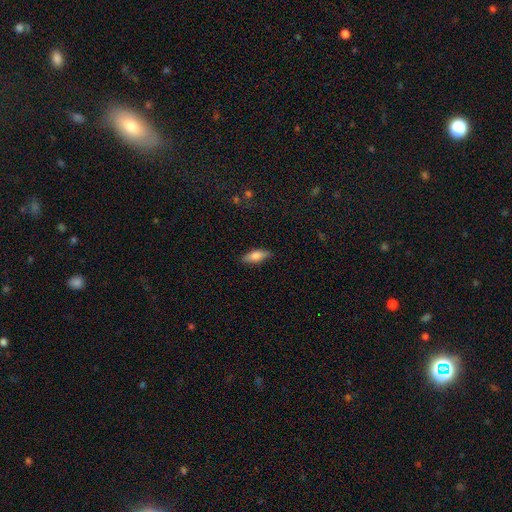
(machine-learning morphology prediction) Smooth or featured? smooth (72%)
How rounded? in between (66%)
Merging? none (85%)